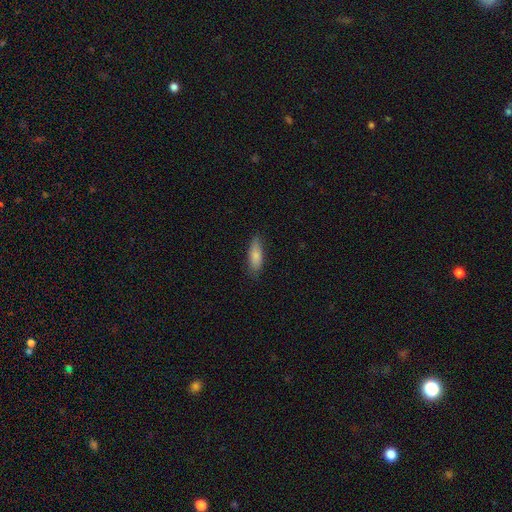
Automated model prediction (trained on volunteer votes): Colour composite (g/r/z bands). It shows a smooth galaxy with no disk features (82%) that is in between round and cigar-shaped (65%). Merging: none (78%).